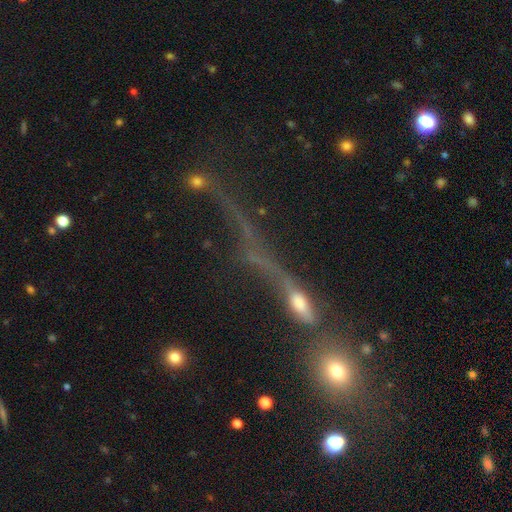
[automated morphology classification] type=featured or disk (44%); merging=major disturbance (35%).